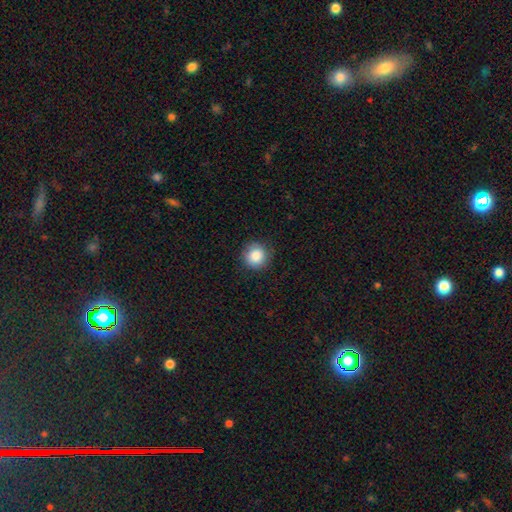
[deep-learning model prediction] The model was most divided on "smooth or featured": smooth: 86%, star or artifact: 9%, featured or disk: 5%. More confident: how rounded — round (92%); merging — none (87%).